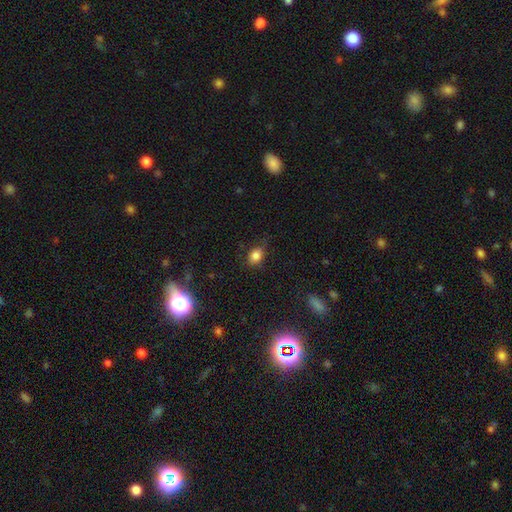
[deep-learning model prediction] Smooth or featured?
  - smooth: 82% *
  - star or artifact: 12%
  - featured or disk: 7%
How rounded?
  - in between: 63% *
  - round: 35%
  - cigar-shaped: 2%
Merging?
  - none: 69% *
  - minor disturbance: 23%
  - major disturbance: 6%
  - merger: 1%